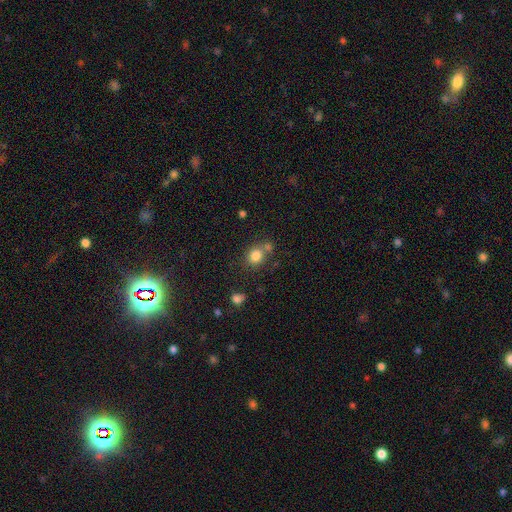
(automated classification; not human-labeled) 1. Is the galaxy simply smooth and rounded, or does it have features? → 81% smooth, 12% star or artifact, 7% featured or disk.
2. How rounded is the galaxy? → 77% round, 22% in between, 1% cigar-shaped.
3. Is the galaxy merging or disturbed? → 60% none, 24% merger, 12% minor disturbance, 4% major disturbance.